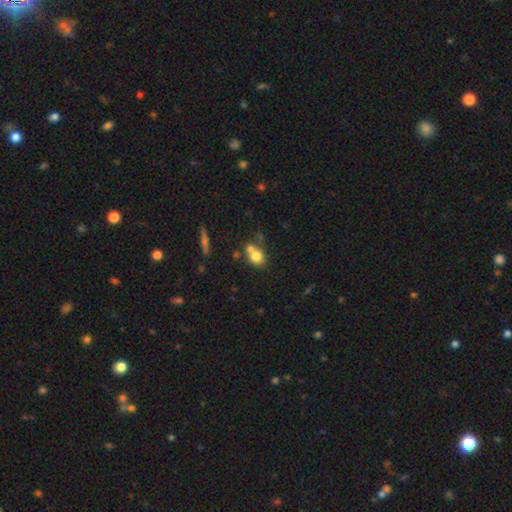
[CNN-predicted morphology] Smooth or featured?
  - smooth: 76% *
  - featured or disk: 14%
  - star or artifact: 10%
How rounded?
  - round: 53% *
  - in between: 45%
  - cigar-shaped: 2%
Merging?
  - none: 42% *
  - merger: 39%
  - minor disturbance: 14%
  - major disturbance: 5%